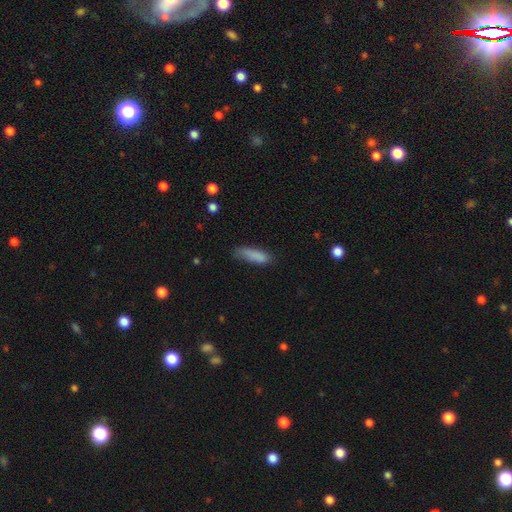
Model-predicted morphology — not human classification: A smooth galaxy with no disk features (84%) that is in between round and cigar-shaped (51%). Merging: none (58%).